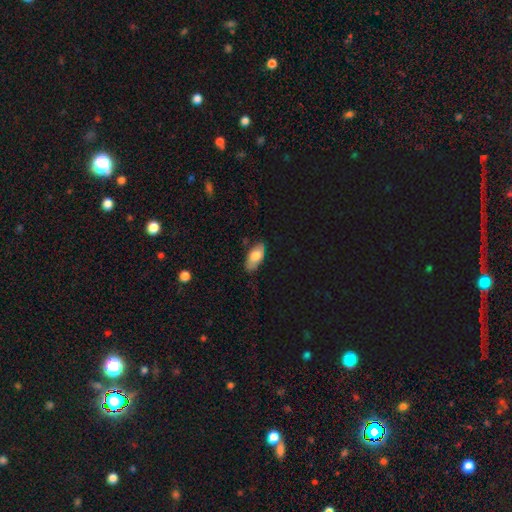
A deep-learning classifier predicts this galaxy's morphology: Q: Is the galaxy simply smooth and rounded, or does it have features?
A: smooth — 69%.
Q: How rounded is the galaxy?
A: in between — 90%.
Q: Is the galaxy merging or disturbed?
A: none — 77%.